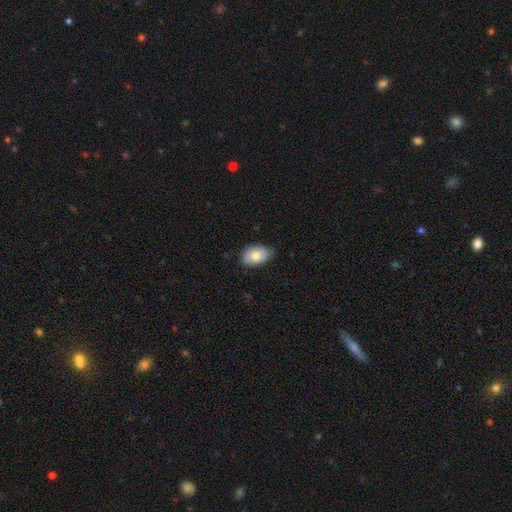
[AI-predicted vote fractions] This appears to be a smooth galaxy with no disk features (76%) that is in between round and cigar-shaped (85%). Merging: none (73%).